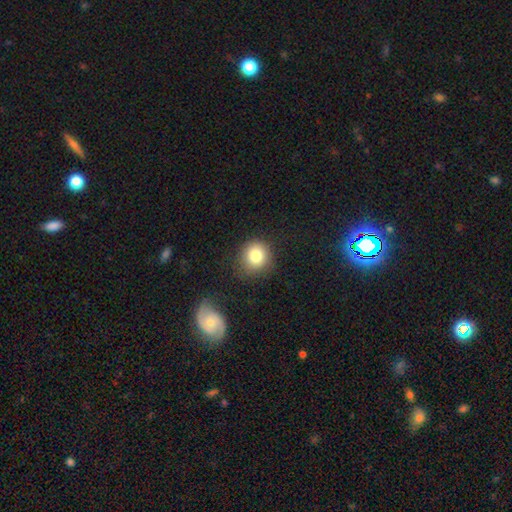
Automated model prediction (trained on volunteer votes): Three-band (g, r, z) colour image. It shows a smooth galaxy with no disk features (82%) that is round (87%). Merging: none (80%).